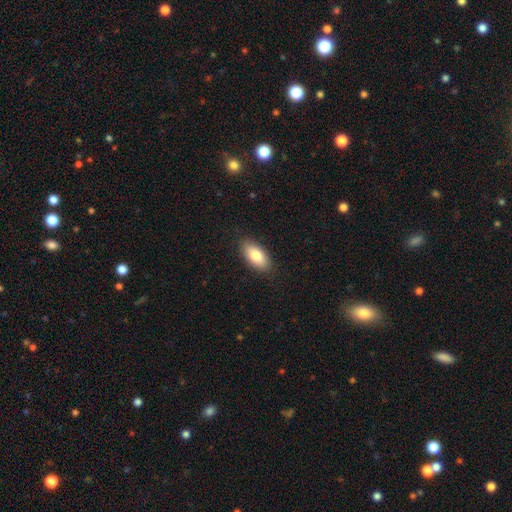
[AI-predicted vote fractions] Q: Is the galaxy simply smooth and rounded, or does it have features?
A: smooth — 82%.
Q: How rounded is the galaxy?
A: in between — 91%.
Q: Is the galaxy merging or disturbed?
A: none — 87%.